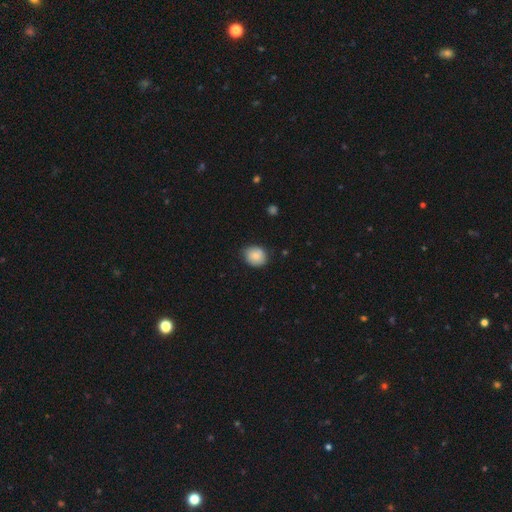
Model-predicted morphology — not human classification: Q: Smooth or featured?
A: smooth (83%); runner-up: featured or disk (9%)
Q: How rounded?
A: round (67%); runner-up: in between (32%)
Q: Merging?
A: none (79%); runner-up: minor disturbance (17%)